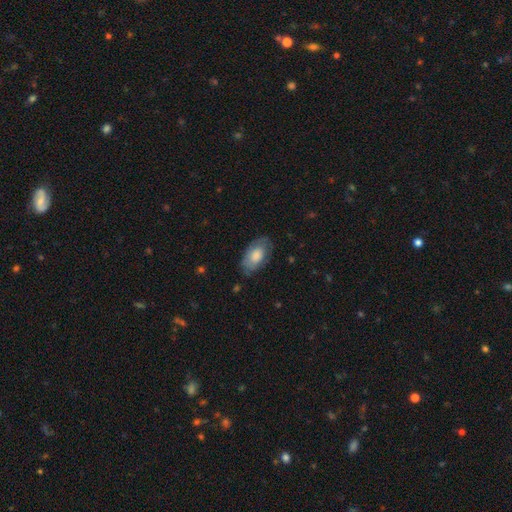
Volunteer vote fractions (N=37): A smooth galaxy with no disk features (68%) that is in between round and cigar-shaped (100%).

Vote fractions:
- Smooth or featured? smooth: 68% / featured or disk: 27% / star or artifact: 5%
- How rounded? in between: 100% / round: 0% / cigar-shaped: 0%
- Merging? none: 63% / minor disturbance: 26% / major disturbance: 9% / merger: 3%